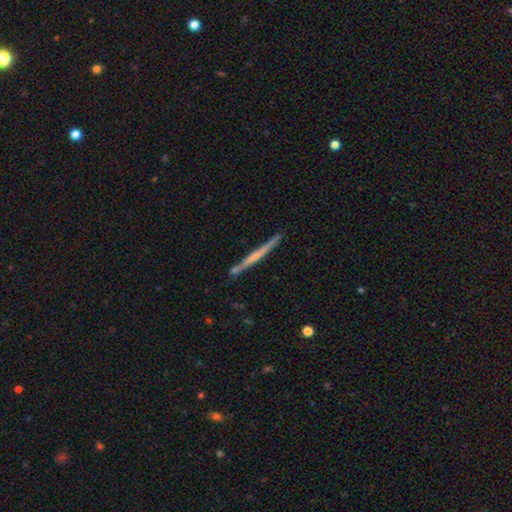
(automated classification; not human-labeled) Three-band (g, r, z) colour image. It shows a featured or disk galaxy (55%) viewed edge-on (97%) with no central bulge (69%). Merging: none (83%).